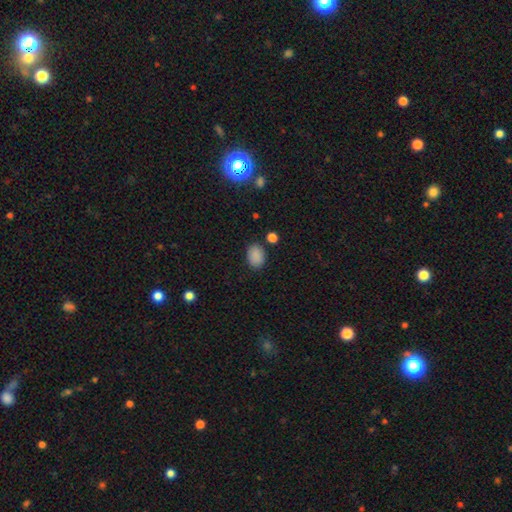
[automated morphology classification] type=smooth (86%); roundness=in between (76%); merging=none (81%).